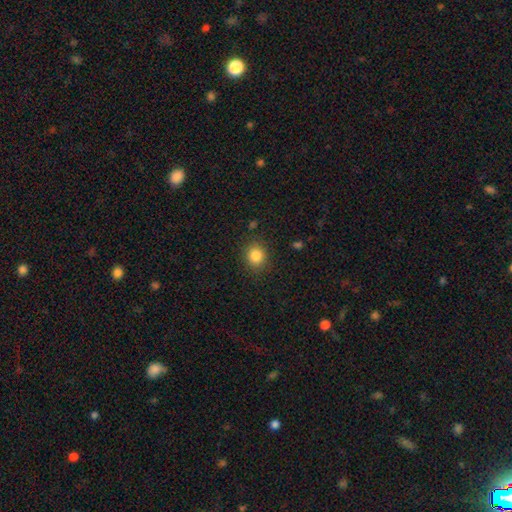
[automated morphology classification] Smooth or featured? Predicted: smooth (p=0.84). How rounded? Predicted: round (p=0.77). Merging? Predicted: none (p=0.86).